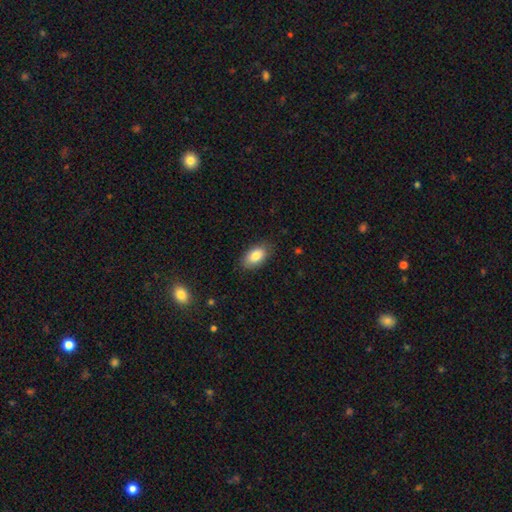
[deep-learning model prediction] Smooth or featured?
  - smooth: 84% *
  - featured or disk: 9%
  - star or artifact: 7%
How rounded?
  - in between: 93% *
  - round: 5%
  - cigar-shaped: 3%
Merging?
  - none: 84% *
  - minor disturbance: 13%
  - major disturbance: 3%
  - merger: 1%